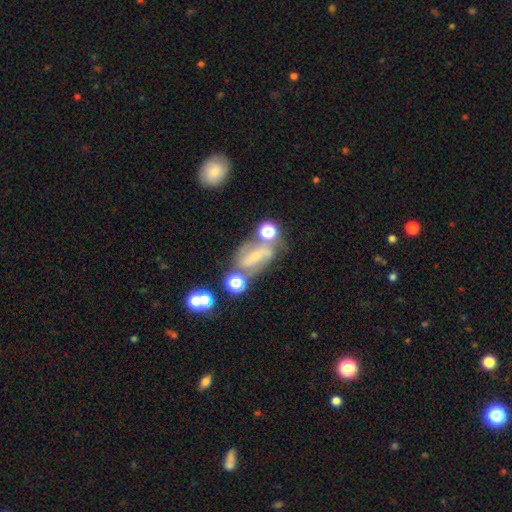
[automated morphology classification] Q: Smooth or featured?
A: featured or disk (69%); runner-up: smooth (19%)
Q: Edge-on disk?
A: no (94%); runner-up: yes (6%)
Q: Bar?
A: strong (47%); runner-up: weak (33%)
Q: Spiral arms?
A: yes (84%); runner-up: no (16%)
Q: Spiral winding?
A: medium (45%); runner-up: loose (32%)
Q: Spiral arm count?
A: 2 (83%); runner-up: can't tell (10%)
Q: Bulge size?
A: small (65%); runner-up: moderate (26%)
Q: Merging?
A: none (52%); runner-up: minor disturbance (19%)